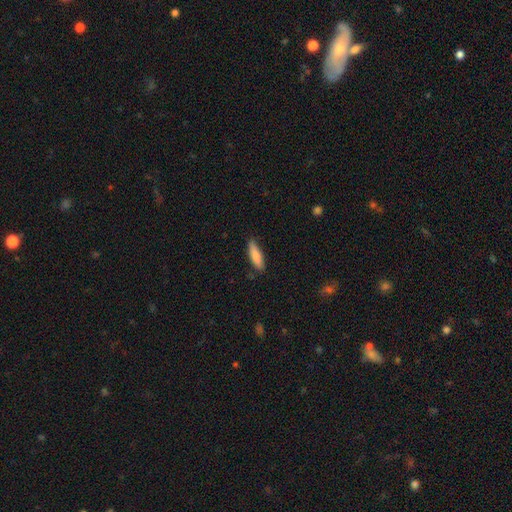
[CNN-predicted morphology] This is clearly a smooth galaxy (83%). How rounded: likely cigar-shaped (63%). Merging: clearly none (80%).